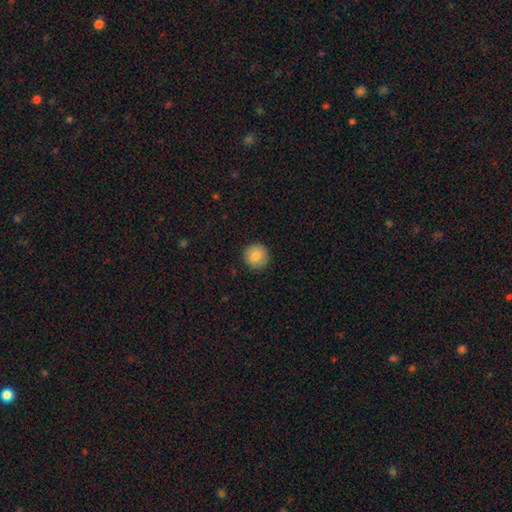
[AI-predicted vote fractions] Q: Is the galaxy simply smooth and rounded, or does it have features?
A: smooth — 84%.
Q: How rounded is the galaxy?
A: round — 94%.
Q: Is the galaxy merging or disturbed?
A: none — 91%.